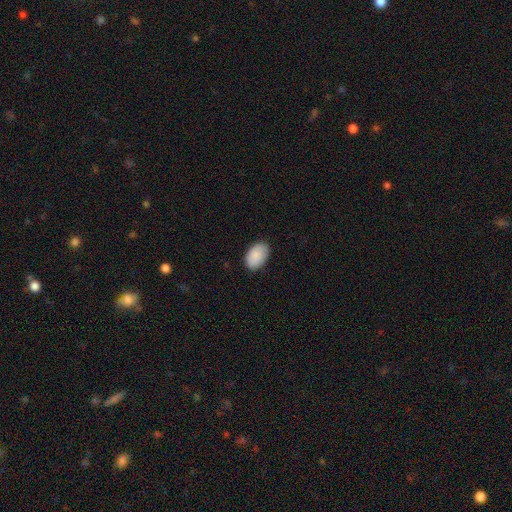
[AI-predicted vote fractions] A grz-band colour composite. It shows a smooth galaxy with no disk features (89%) that is in between round and cigar-shaped (91%). Merging: none (85%).